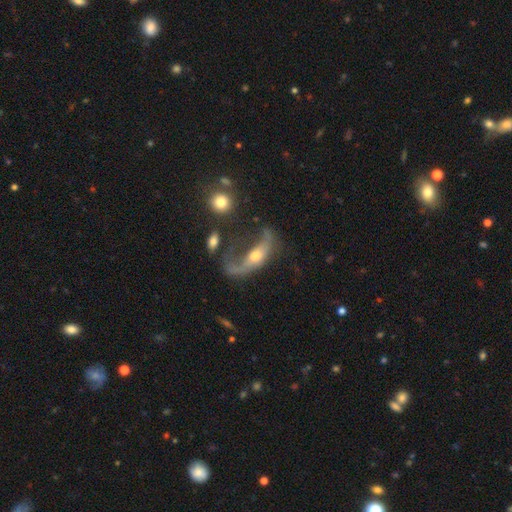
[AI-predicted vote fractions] Q: Smooth or featured?
A: featured or disk (66%); runner-up: smooth (27%)
Q: Edge-on disk?
A: no (75%); runner-up: yes (25%)
Q: Merging?
A: major disturbance (50%); runner-up: none (23%)